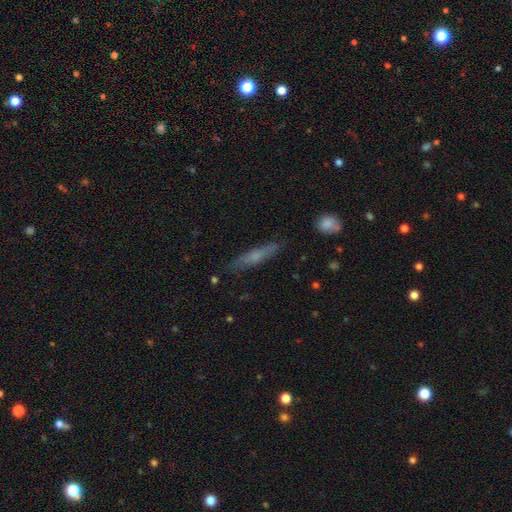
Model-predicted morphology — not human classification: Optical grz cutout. It shows a smooth galaxy with no disk features (51%) that is cigar-shaped (89%). Merging: none (84%).